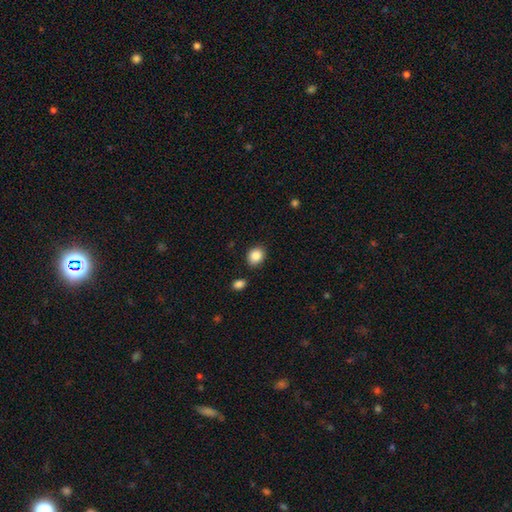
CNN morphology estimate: Smooth or featured: smooth — 87% (star or artifact — 9%)
How rounded: round — 57% (in between — 42%)
Merging: none — 83% (minor disturbance — 11%)